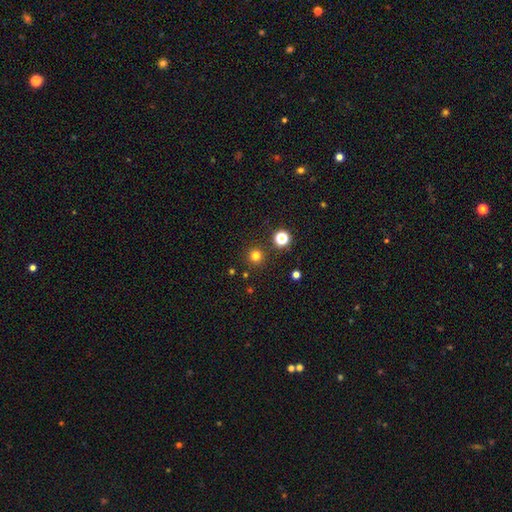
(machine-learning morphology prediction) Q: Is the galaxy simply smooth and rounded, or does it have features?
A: smooth — 78%.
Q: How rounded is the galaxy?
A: round — 95%.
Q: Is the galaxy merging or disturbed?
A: none — 89%.